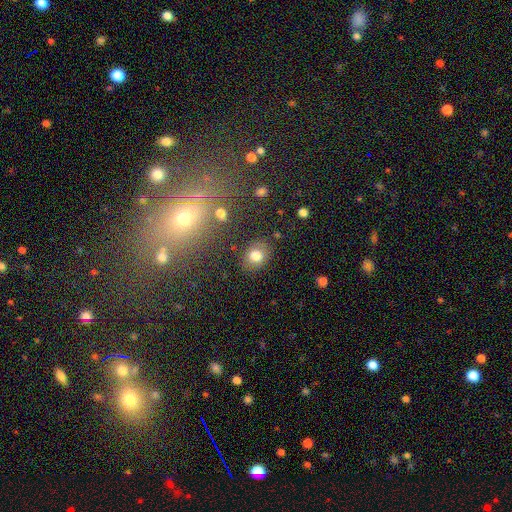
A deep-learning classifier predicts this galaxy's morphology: Overall: smooth (79%). How rounded: round (51%; in between 48%). Merging: none (83%).